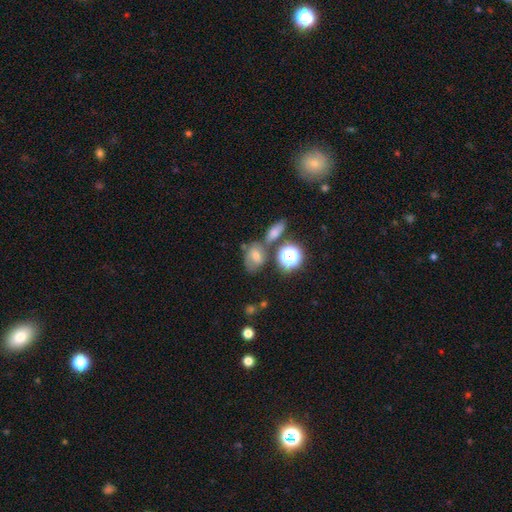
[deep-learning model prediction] Q: Smooth or featured?
A: smooth (45%); runner-up: featured or disk (29%)
Q: Merging?
A: none (55%); runner-up: merger (19%)